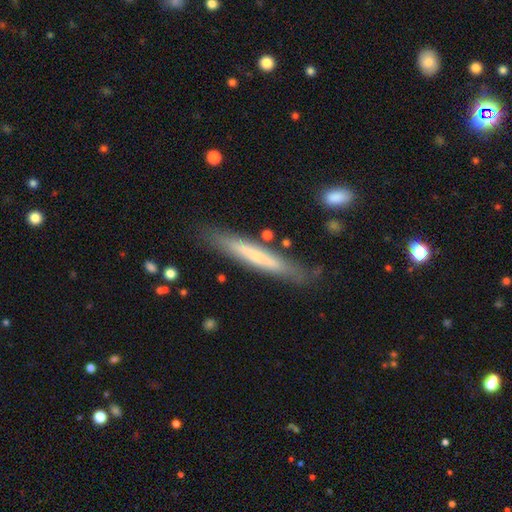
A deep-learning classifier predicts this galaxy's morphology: smooth 53%, featured or disk 41%, star or artifact 6%. Down the decision tree: how rounded — cigar-shaped (94%); merging — none (81%).